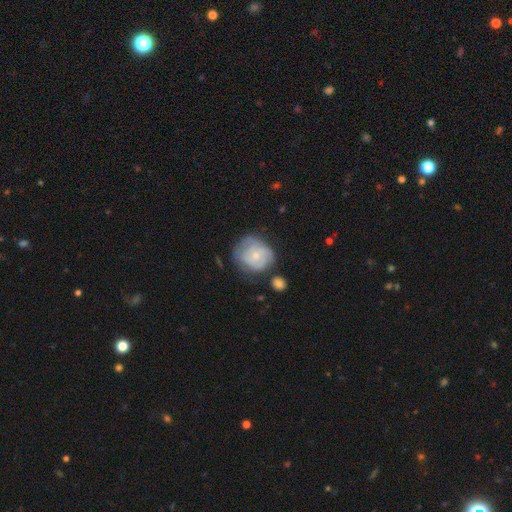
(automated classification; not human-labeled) Smooth or featured?
  - featured or disk: 48% *
  - smooth: 45%
  - star or artifact: 7%
Merging?
  - none: 52% *
  - minor disturbance: 29%
  - major disturbance: 14%
  - merger: 5%